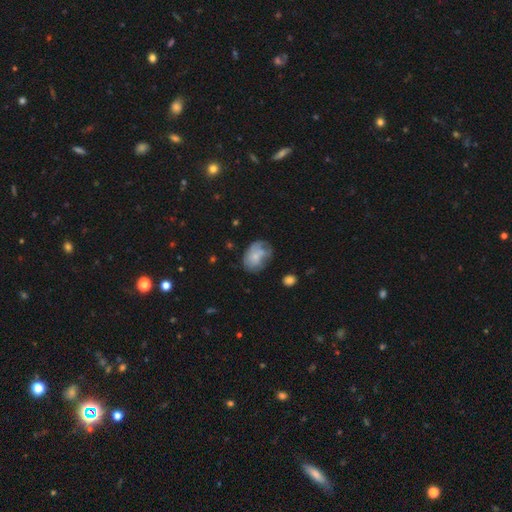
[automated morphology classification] Overall: smooth (58%; featured or disk 34%). How rounded: in between (72%). Merging: none (42%; minor disturbance 31%).